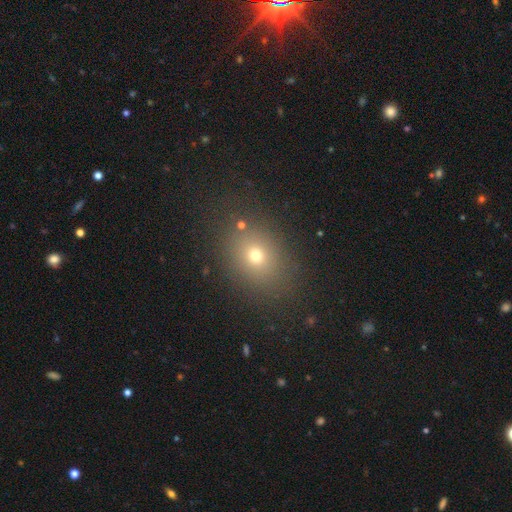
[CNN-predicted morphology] Overall: smooth (68%). How rounded: in between (50%; round 48%). Merging: none (82%).